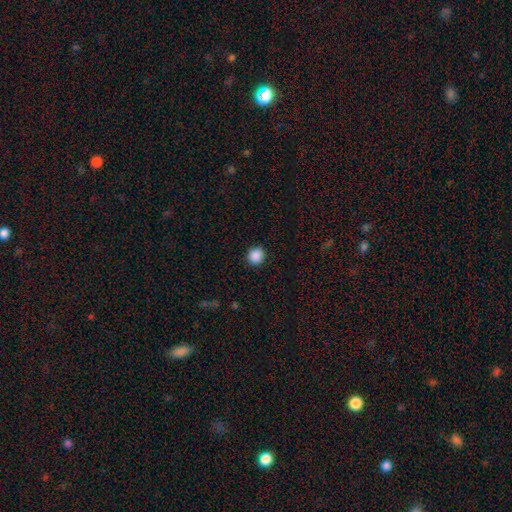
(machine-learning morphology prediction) This is clearly a smooth galaxy (89%). How rounded: clearly round (83%). Merging: clearly none (90%).